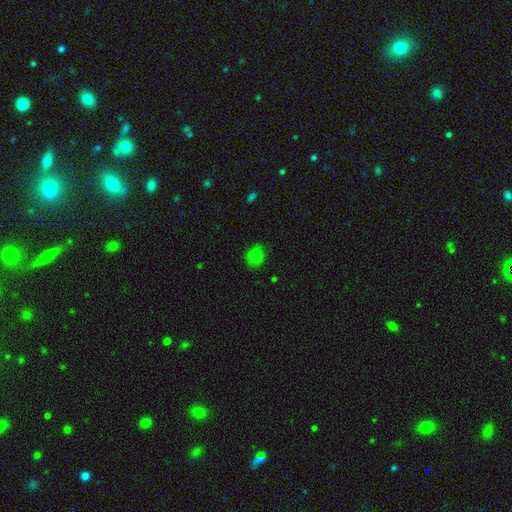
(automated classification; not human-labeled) smooth_or_featured: smooth (p=0.77) [alt: star or artifact p=0.17]
how_rounded: round (p=0.62) [alt: in between p=0.36]
merging: none (p=0.73) [alt: minor disturbance p=0.20]